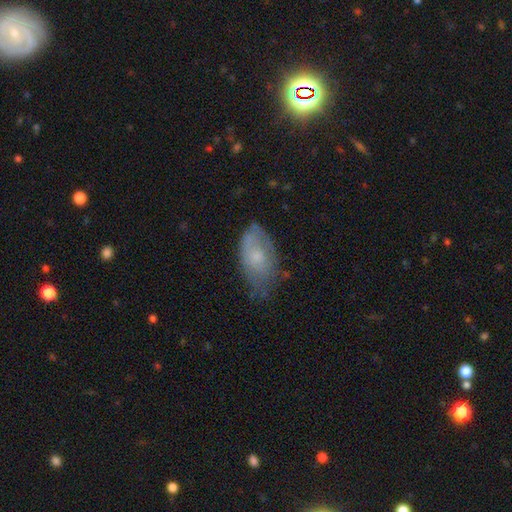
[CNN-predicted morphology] Smooth or featured: smooth — 61% (featured or disk — 31%)
How rounded: in between — 92% (round — 4%)
Merging: none — 51% (minor disturbance — 36%)